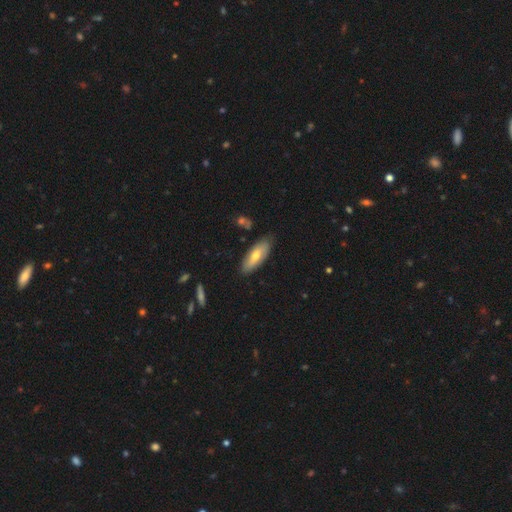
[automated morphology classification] Q: Smooth or featured?
A: smooth (61%); runner-up: featured or disk (33%)
Q: How rounded?
A: in between (70%); runner-up: cigar-shaped (28%)
Q: Merging?
A: none (80%); runner-up: minor disturbance (15%)